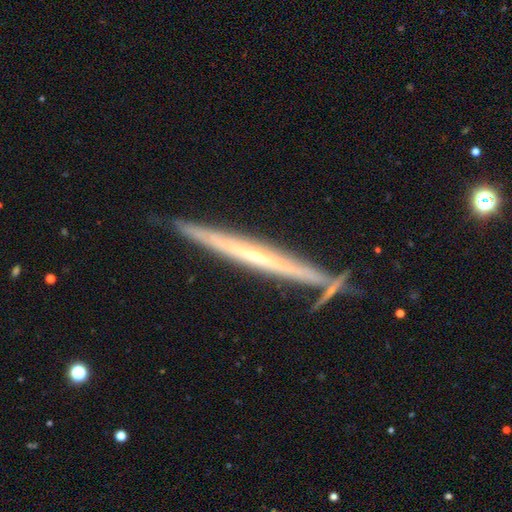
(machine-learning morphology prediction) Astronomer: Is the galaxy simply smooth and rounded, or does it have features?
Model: featured or disk — 75%.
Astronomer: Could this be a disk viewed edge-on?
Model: yes — 95%.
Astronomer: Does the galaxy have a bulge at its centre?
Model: none — 66%.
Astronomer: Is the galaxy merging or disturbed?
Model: none — 81%.